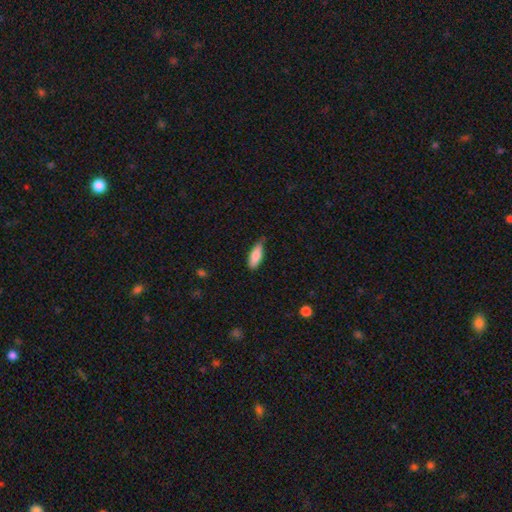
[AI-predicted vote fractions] This appears to be a smooth galaxy with no disk features (82%) that is in between round and cigar-shaped (62%). Merging: none (59%).